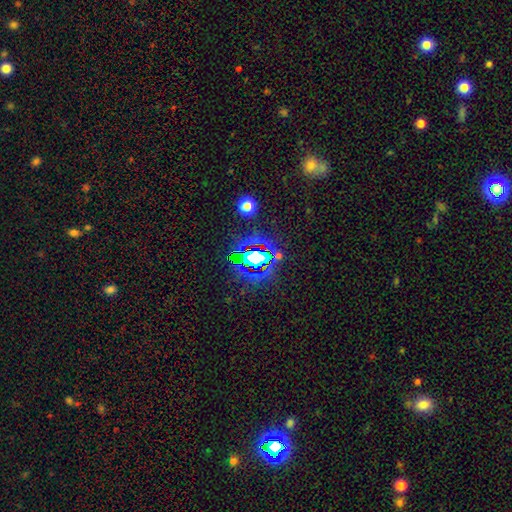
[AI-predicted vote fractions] Overall: star or artifact (69%).